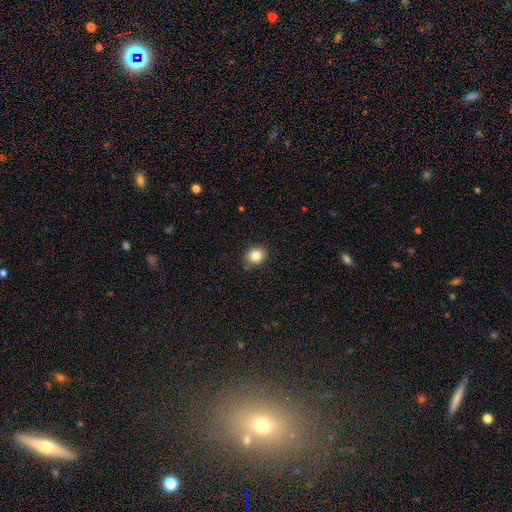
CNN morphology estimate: Smooth or featured? smooth (84%)
How rounded? round (68%)
Merging? none (82%)